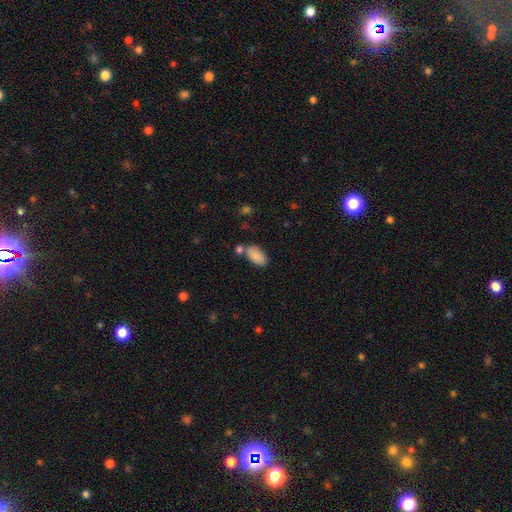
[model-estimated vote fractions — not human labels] smooth 88%, star or artifact 7%, featured or disk 5%. Down the decision tree: how rounded — in between (94%); merging — none (65%).